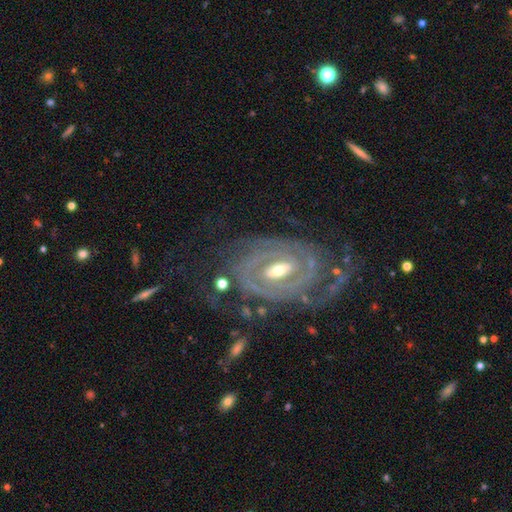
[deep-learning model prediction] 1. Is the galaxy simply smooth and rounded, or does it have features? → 88% featured or disk, 6% star or artifact, 5% smooth.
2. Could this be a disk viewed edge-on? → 95% no, 5% yes.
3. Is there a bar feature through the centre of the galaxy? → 42% weak, 32% strong, 26% no.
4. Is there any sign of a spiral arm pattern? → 94% yes, 6% no.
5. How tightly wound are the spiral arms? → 70% tight, 24% medium, 6% loose.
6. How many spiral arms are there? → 44% 2, 23% can't tell, 15% 3, 7% 4, 6% 1, 5% more than 4.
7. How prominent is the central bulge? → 63% moderate, 30% small, 5% large, 1% none, 1% dominant.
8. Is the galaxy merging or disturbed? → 63% none, 19% minor disturbance, 16% major disturbance, 3% merger.